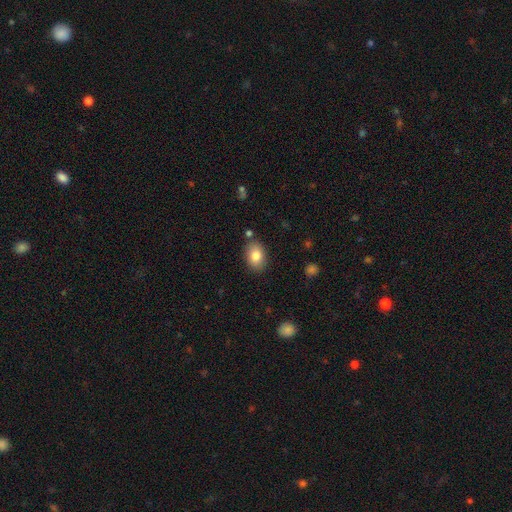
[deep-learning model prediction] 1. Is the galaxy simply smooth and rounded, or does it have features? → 82% smooth, 10% featured or disk, 8% star or artifact.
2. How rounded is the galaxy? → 79% in between, 20% round, 1% cigar-shaped.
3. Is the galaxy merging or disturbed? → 82% none, 11% minor disturbance, 4% merger, 3% major disturbance.